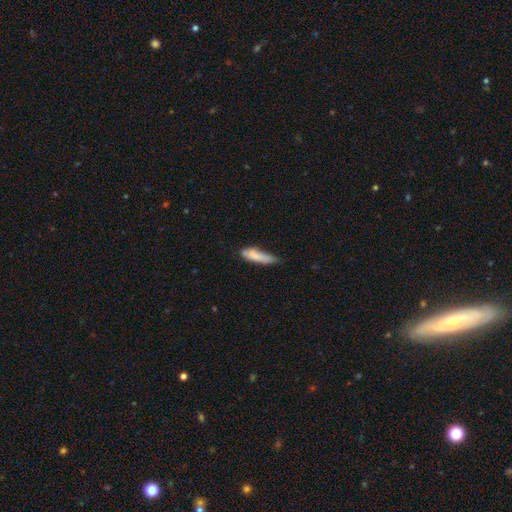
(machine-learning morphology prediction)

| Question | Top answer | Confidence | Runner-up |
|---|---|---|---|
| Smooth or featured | smooth | 79% | featured or disk (14%) |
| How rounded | cigar-shaped | 63% | in between (35%) |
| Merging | none | 45% | minor disturbance (39%) |